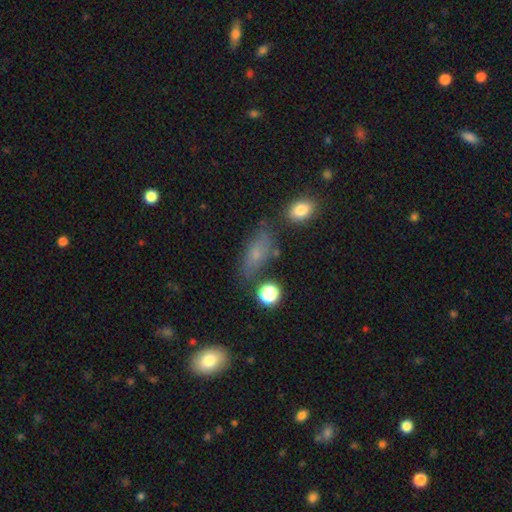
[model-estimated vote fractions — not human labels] smooth-or-featured: smooth: 65% | featured or disk: 22% | star or artifact: 14%
  how-rounded: in between: 76% | cigar-shaped: 17% | round: 8%
  merging: none: 63% | minor disturbance: 23% | major disturbance: 8% | merger: 6%